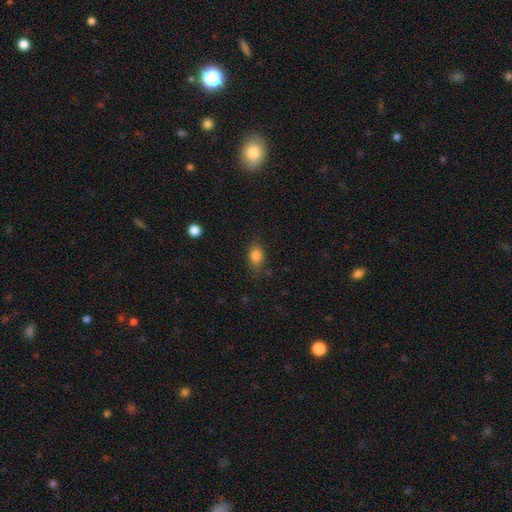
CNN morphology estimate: A smooth galaxy with no disk features (83%) that is in between round and cigar-shaped (74%). Merging: none (77%).